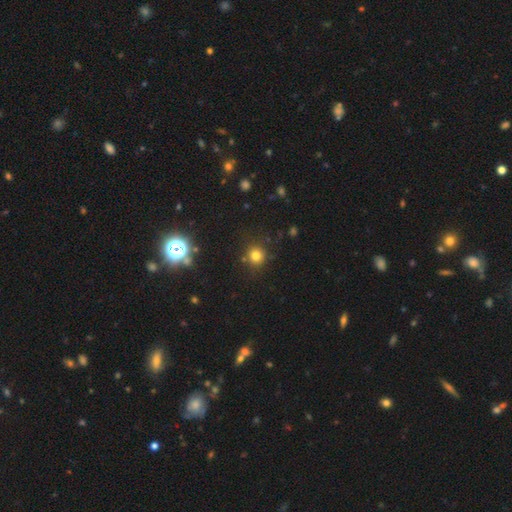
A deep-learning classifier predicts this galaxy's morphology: The model was most divided on "smooth or featured": smooth: 76%, star or artifact: 18%, featured or disk: 6%. More confident: how rounded — round (93%); merging — none (86%).